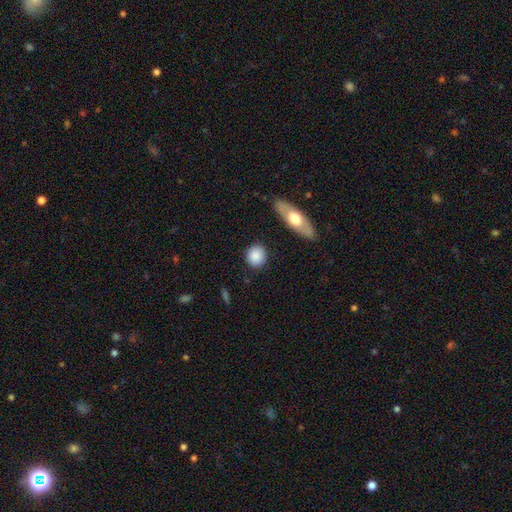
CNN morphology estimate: A smooth galaxy with no disk features (85%) that is round (80%).

Vote fractions:
- Smooth or featured? smooth: 85% / featured or disk: 8% / star or artifact: 7%
- How rounded? round: 80% / in between: 18% / cigar-shaped: 2%
- Merging? none: 86% / minor disturbance: 9% / major disturbance: 3% / merger: 2%